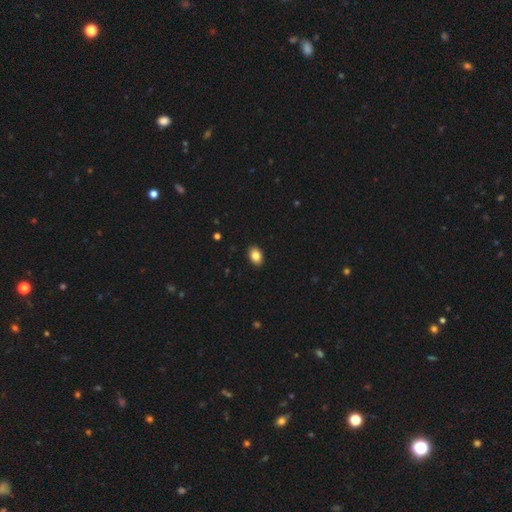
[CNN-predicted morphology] Smooth or featured? smooth (84%)
How rounded? in between (83%)
Merging? none (90%)